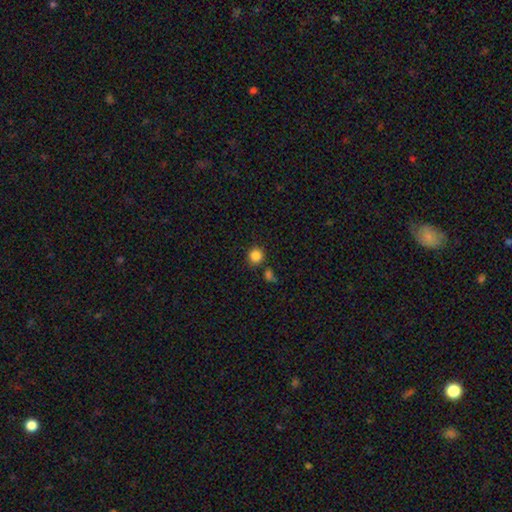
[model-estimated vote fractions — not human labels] Q: Smooth or featured?
A: smooth (85%); runner-up: star or artifact (11%)
Q: How rounded?
A: round (92%); runner-up: in between (8%)
Q: Merging?
A: none (82%); runner-up: minor disturbance (9%)